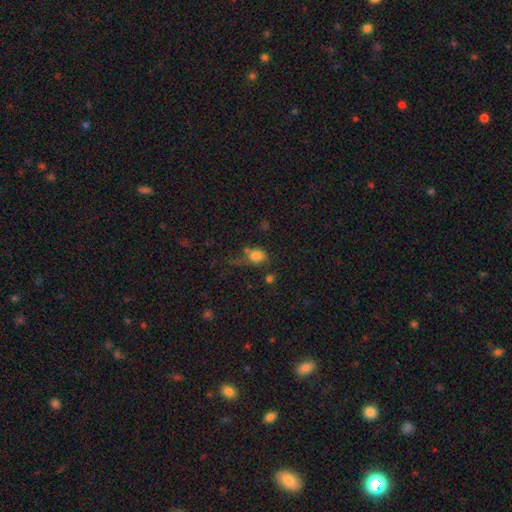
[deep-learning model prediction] Overall: smooth (76%). How rounded: round (58%; in between 40%). Merging: none (44%; minor disturbance 24%).